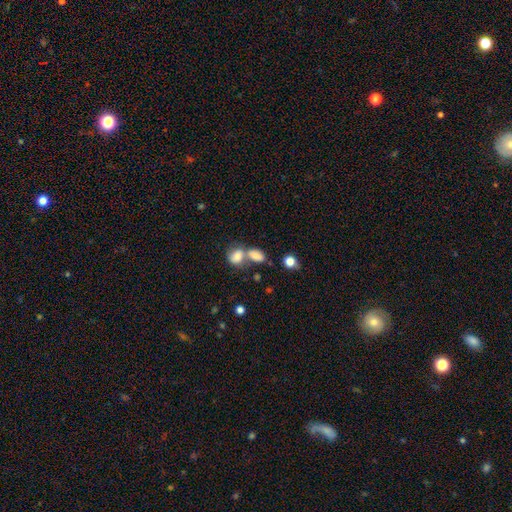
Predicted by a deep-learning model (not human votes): smooth_or_featured: smooth (p=0.80) [alt: featured or disk p=0.10]
how_rounded: in between (p=0.80) [alt: round p=0.17]
merging: merger (p=0.58) [alt: none p=0.28]